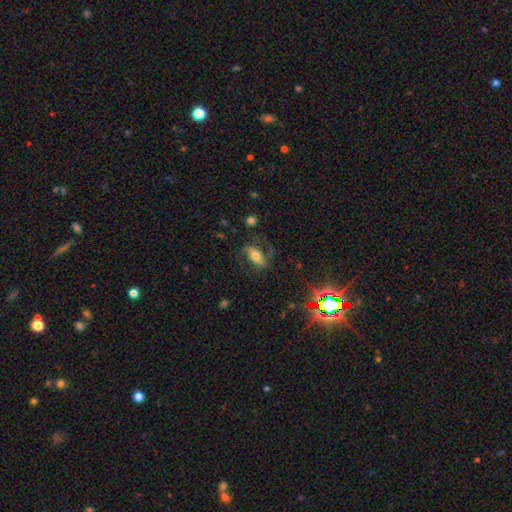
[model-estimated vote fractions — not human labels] Smooth or featured: featured or disk — 55% (smooth — 34%)
Edge-on disk: no — 87% (yes — 13%)
Merging: none — 67% (minor disturbance — 17%)